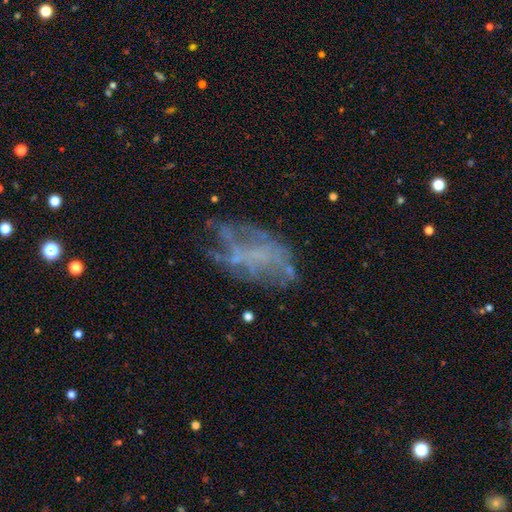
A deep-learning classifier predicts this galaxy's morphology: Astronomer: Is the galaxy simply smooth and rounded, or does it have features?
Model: featured or disk — 61%.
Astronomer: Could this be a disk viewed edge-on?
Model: no — 96%.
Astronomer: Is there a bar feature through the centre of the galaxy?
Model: no — 80%.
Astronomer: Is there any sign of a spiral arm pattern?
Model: no — 74%.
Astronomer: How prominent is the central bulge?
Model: none — 77%.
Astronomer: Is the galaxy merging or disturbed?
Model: none — 50% (runner-up: major disturbance, 25%).